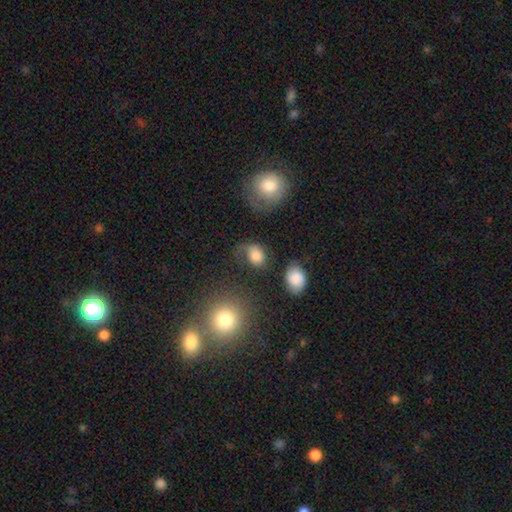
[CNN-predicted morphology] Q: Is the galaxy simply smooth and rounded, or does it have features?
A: smooth — 73%.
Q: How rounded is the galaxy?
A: in between — 55%.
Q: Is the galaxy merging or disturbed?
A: none — 41%.